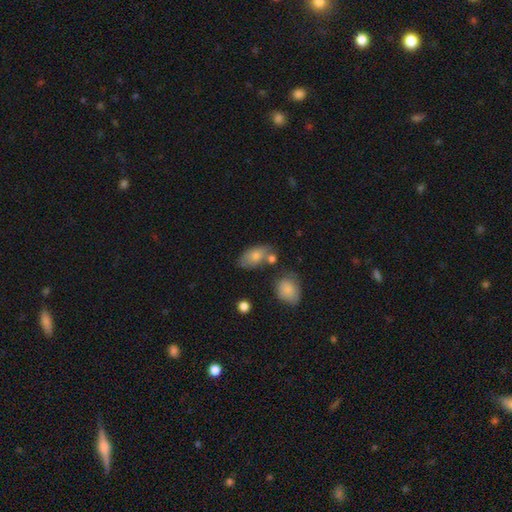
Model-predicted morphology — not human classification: A smooth galaxy with no disk features (73%) that is in between round and cigar-shaped (88%).

Vote fractions:
- Smooth or featured? smooth: 73% / featured or disk: 18% / star or artifact: 9%
- How rounded? in between: 88% / round: 8% / cigar-shaped: 4%
- Merging? none: 56% / minor disturbance: 20% / merger: 17% / major disturbance: 7%